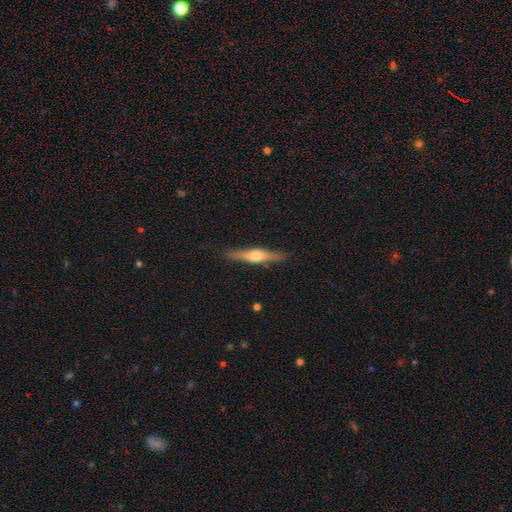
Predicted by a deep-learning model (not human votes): A featured or disk galaxy (63%) viewed edge-on (96%) with a rounded central bulge (90%).

Vote fractions:
- Smooth or featured? featured or disk: 63% / smooth: 31% / star or artifact: 6%
- Edge-on disk? yes: 96% / no: 4%
- Edge-on bulge? rounded: 90% / boxy: 6% / none: 4%
- Merging? none: 88% / minor disturbance: 9% / major disturbance: 2% / merger: 1%